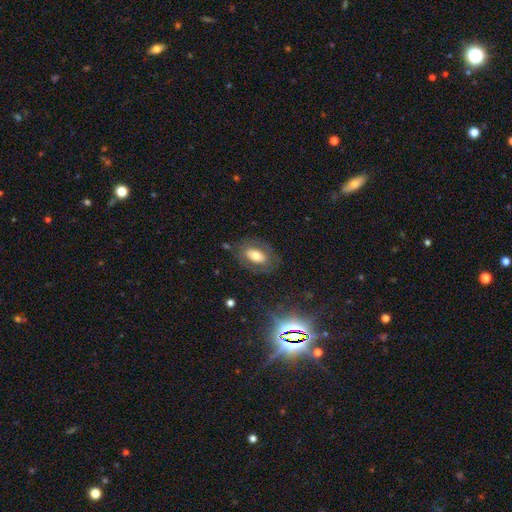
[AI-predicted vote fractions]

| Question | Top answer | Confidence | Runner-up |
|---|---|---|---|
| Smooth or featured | smooth | 55% | featured or disk (36%) |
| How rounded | in between | 89% | round (9%) |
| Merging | none | 77% | minor disturbance (14%) |